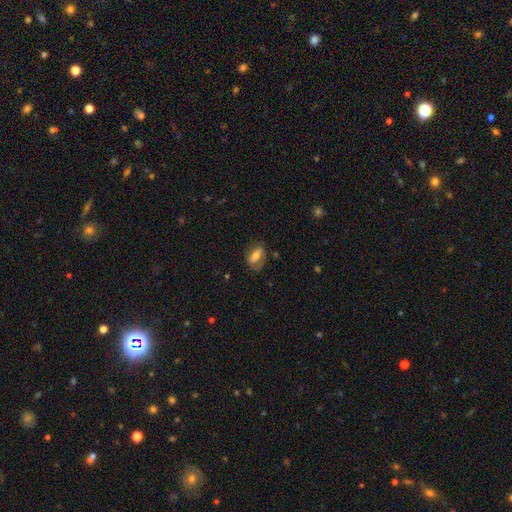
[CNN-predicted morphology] This is possibly a smooth galaxy (57%). How rounded: clearly in between (81%). Merging: likely none (70%).